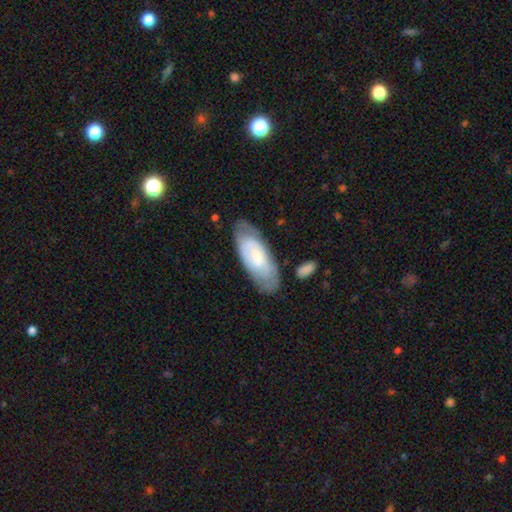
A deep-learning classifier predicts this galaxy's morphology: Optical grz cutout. It shows a featured or disk galaxy (50%). Merging: none (68%).